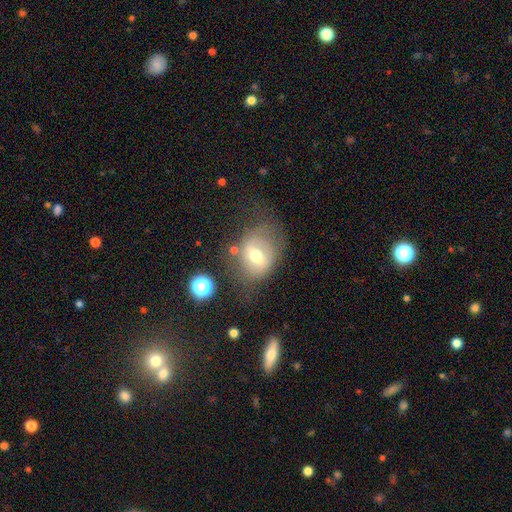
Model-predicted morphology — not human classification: Smooth or featured? featured or disk (47%)
Merging? none (52%)